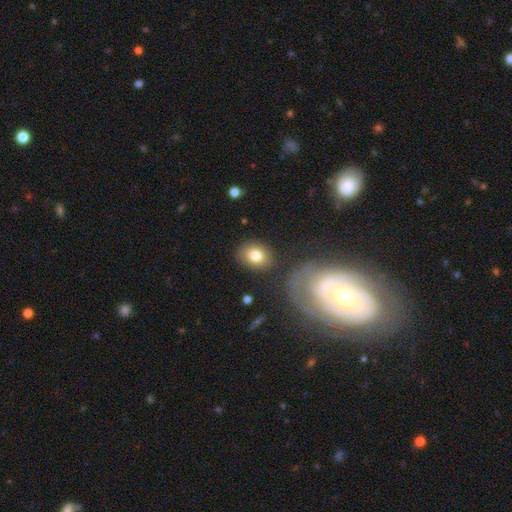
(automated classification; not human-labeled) A smooth galaxy with no disk features (80%) that is in between round and cigar-shaped (58%).

Vote fractions:
- Smooth or featured? smooth: 80% / featured or disk: 11% / star or artifact: 9%
- How rounded? in between: 58% / round: 41% / cigar-shaped: 1%
- Merging? none: 82% / minor disturbance: 11% / merger: 4% / major disturbance: 3%